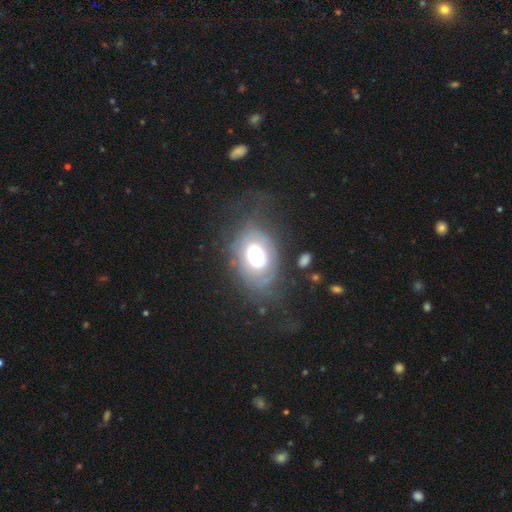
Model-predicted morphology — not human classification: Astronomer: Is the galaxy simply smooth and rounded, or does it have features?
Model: featured or disk — 53% (runner-up: smooth, 36%).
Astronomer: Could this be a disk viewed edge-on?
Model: no — 94%.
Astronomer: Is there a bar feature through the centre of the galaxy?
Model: no — 86%.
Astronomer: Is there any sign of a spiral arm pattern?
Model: no — 57% (runner-up: yes, 43%).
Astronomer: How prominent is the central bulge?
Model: large — 44% (runner-up: moderate, 35%).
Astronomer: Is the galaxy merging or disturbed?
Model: none — 54%.